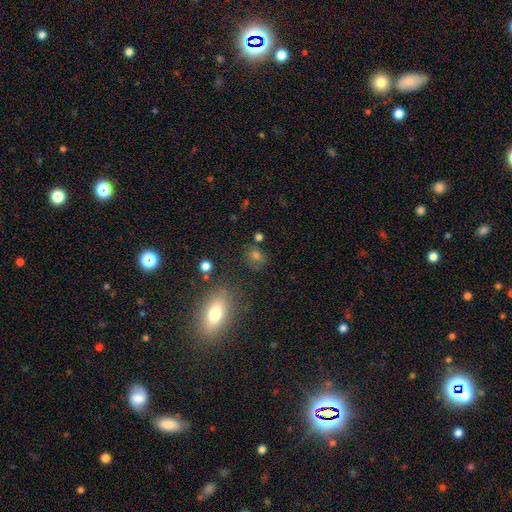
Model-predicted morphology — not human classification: Smooth or featured? smooth (69%)
How rounded? round (53%)
Merging? none (73%)